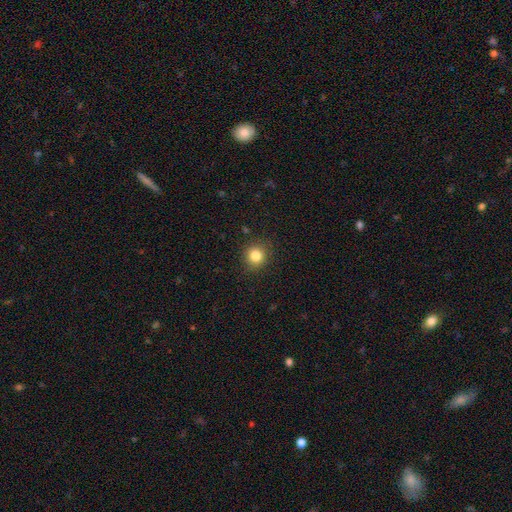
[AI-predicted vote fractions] Smooth or featured? Predicted: smooth (p=0.83). How rounded? Predicted: round (p=0.90). Merging? Predicted: none (p=0.89).